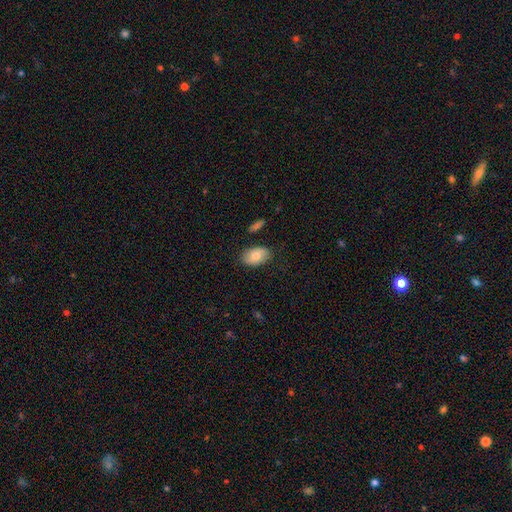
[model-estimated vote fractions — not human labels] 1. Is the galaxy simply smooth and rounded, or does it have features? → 75% smooth, 18% featured or disk, 7% star or artifact.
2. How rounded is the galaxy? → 91% in between, 8% round, 1% cigar-shaped.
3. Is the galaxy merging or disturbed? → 83% none, 12% minor disturbance, 3% major disturbance, 2% merger.